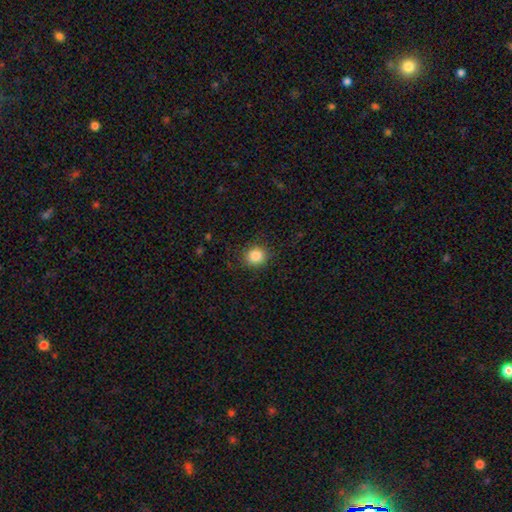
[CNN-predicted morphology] Q: Smooth or featured?
A: smooth (85%); runner-up: star or artifact (10%)
Q: How rounded?
A: round (89%); runner-up: in between (10%)
Q: Merging?
A: none (88%); runner-up: minor disturbance (9%)